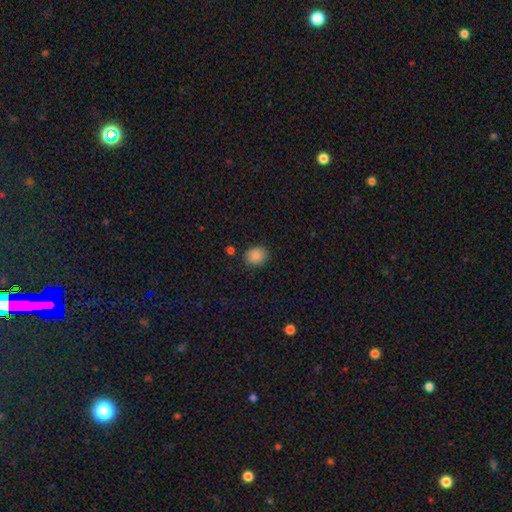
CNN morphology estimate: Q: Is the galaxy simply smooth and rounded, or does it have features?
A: smooth — 87%.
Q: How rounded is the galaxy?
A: round — 58%.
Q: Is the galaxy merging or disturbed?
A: none — 84%.